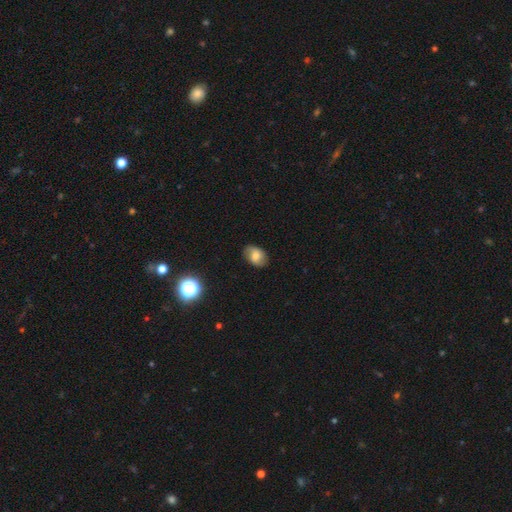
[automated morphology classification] type=smooth (62%); roundness=in between (78%); merging=none (80%).